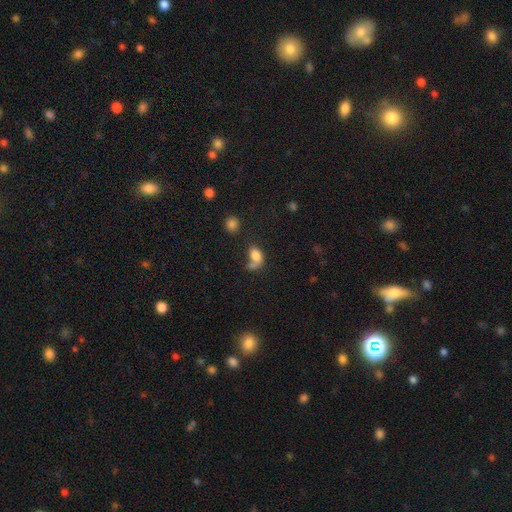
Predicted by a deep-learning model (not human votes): smooth_or_featured: smooth (p=0.74) [alt: featured or disk p=0.15]
how_rounded: in between (p=0.77) [alt: round p=0.21]
merging: none (p=0.30) [alt: merger p=0.28]